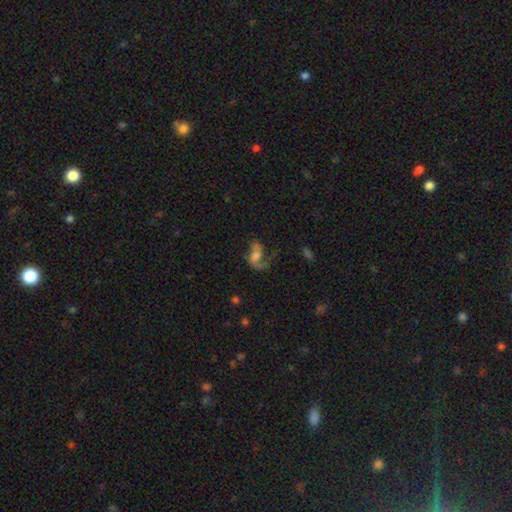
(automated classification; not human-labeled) smooth_or_featured: featured or disk (p=0.63) [alt: smooth p=0.27]
disk_edge_on: no (p=0.96) [alt: yes p=0.04]
bar: no (p=0.56) [alt: weak p=0.33]
has_spiral_arms: yes (p=0.83) [alt: no p=0.17]
bulge_size: moderate (p=0.40) [alt: small p=0.28]
merging: none (p=0.38) [tied with: major disturbance p=0.38]